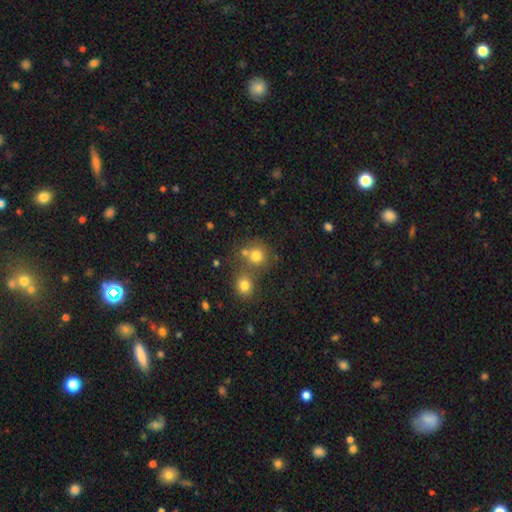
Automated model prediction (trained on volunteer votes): Morphology: type=smooth (77%); roundness=round (88%); merging=none (58%).